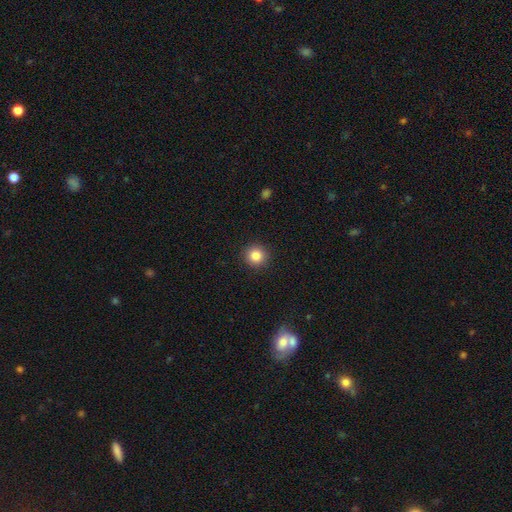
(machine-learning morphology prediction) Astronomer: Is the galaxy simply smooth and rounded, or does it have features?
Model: smooth — 85%.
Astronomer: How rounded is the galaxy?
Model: round — 94%.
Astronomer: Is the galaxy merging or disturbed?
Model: none — 92%.